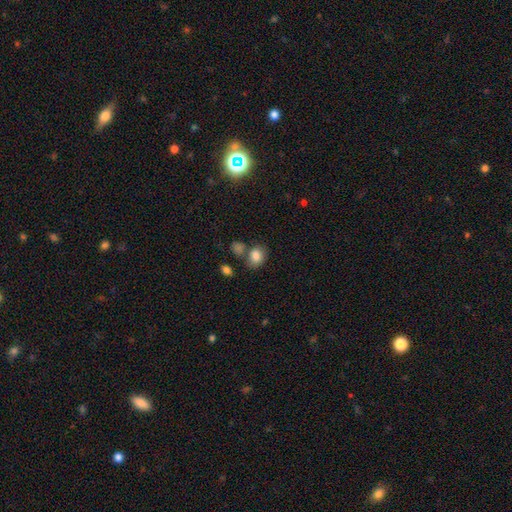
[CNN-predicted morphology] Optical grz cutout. It shows a smooth galaxy with no disk features (82%) that is in between round and cigar-shaped (61%). Merging: none (57%).